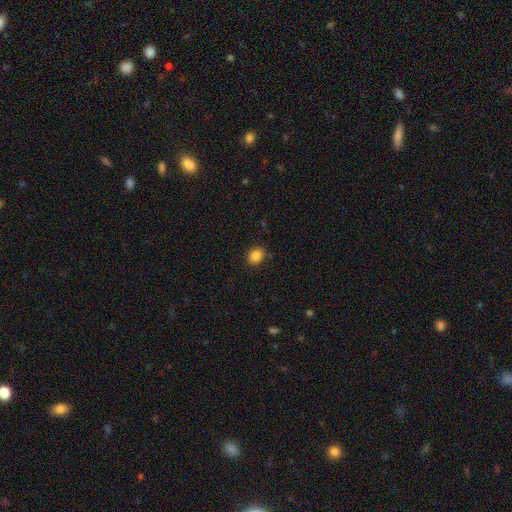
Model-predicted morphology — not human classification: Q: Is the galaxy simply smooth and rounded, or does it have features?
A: smooth — 86%.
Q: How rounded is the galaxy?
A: round — 62%.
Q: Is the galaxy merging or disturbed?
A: none — 87%.